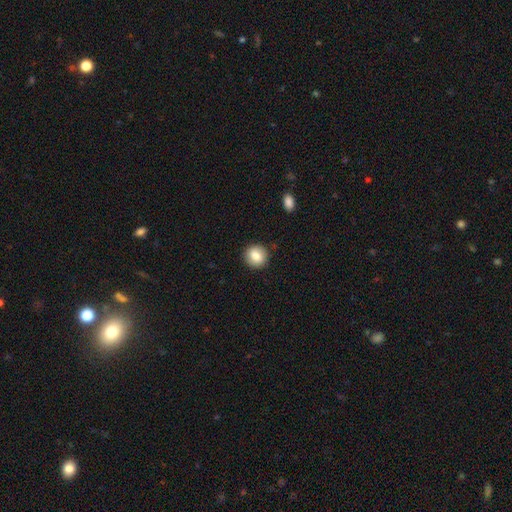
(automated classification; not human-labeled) Smooth or featured?
  - smooth: 82% *
  - featured or disk: 10%
  - star or artifact: 8%
How rounded?
  - round: 86% *
  - in between: 13%
  - cigar-shaped: 1%
Merging?
  - none: 89% *
  - minor disturbance: 8%
  - major disturbance: 2%
  - merger: 1%